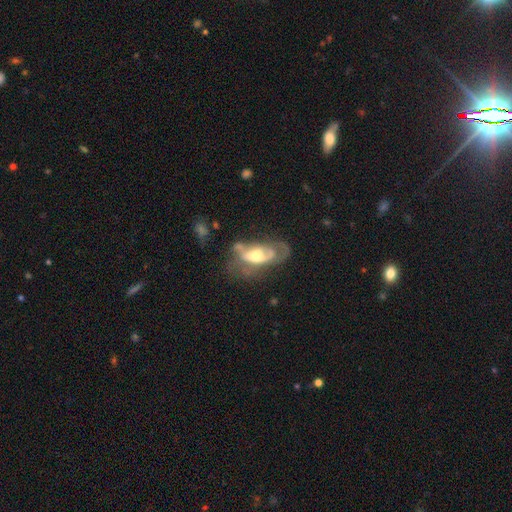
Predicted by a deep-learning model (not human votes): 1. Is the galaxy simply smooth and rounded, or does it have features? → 62% featured or disk, 31% smooth, 8% star or artifact.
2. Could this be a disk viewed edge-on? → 89% no, 11% yes.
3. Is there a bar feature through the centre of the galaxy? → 61% no, 29% weak, 10% strong.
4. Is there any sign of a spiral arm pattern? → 55% yes, 45% no.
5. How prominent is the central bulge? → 50% moderate, 31% large, 12% small, 5% none, 2% dominant.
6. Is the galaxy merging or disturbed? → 41% major disturbance, 29% none, 21% minor disturbance, 9% merger.